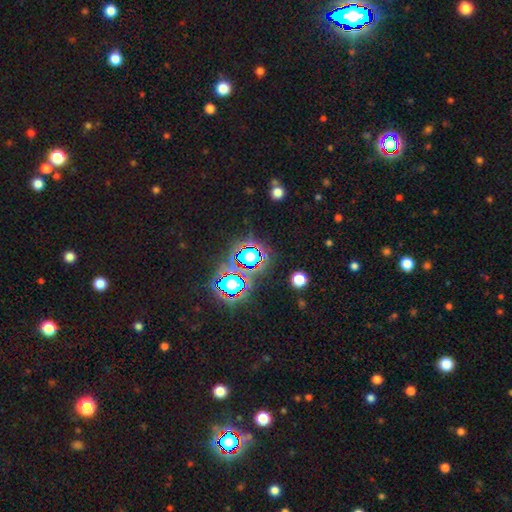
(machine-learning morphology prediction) The model was most divided on "smooth or featured": star or artifact: 68%, smooth: 20%, featured or disk: 12%.